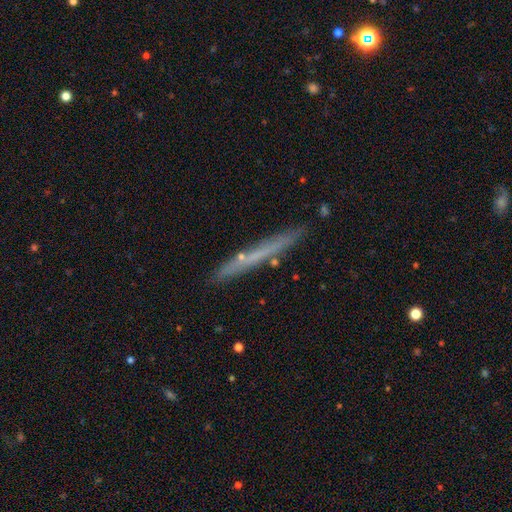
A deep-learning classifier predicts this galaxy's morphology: Smooth or featured? Predicted: featured or disk (p=0.49). Merging? Predicted: none (p=0.86).